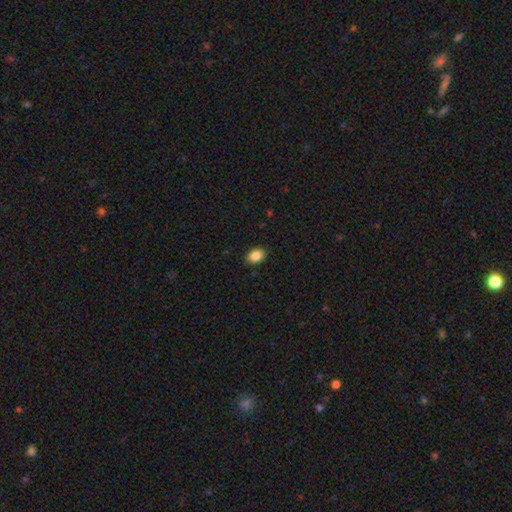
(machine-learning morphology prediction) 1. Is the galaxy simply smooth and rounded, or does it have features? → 87% smooth, 8% star or artifact, 5% featured or disk.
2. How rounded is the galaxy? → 81% in between, 18% round, 1% cigar-shaped.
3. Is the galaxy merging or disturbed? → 89% none, 8% minor disturbance, 2% major disturbance, 1% merger.